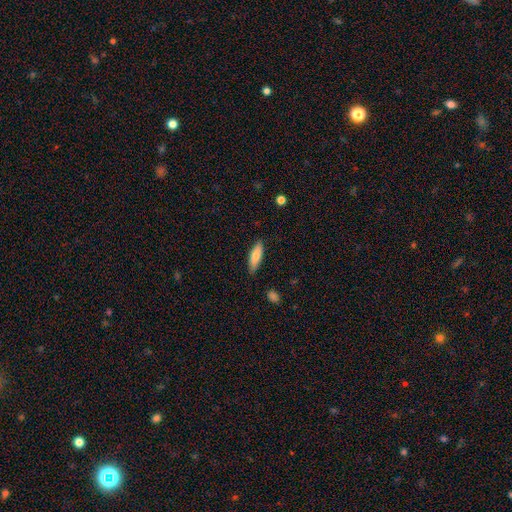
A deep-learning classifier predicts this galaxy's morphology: The model was most divided on "how rounded": cigar-shaped: 52%, in between: 46%, round: 2%. More confident: merging — none (84%); smooth or featured — smooth (76%).